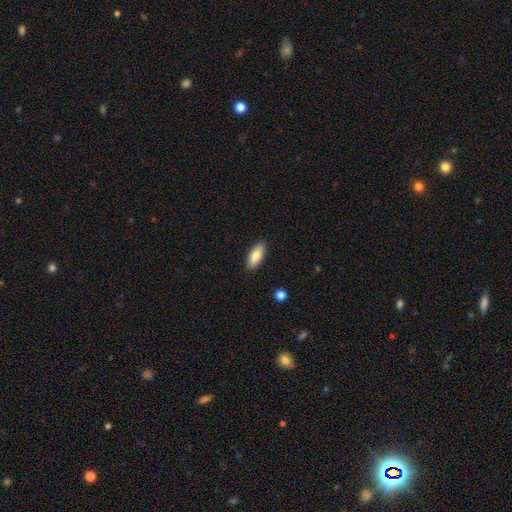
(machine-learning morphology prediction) Smooth or featured? smooth (81%)
How rounded? in between (76%)
Merging? none (89%)